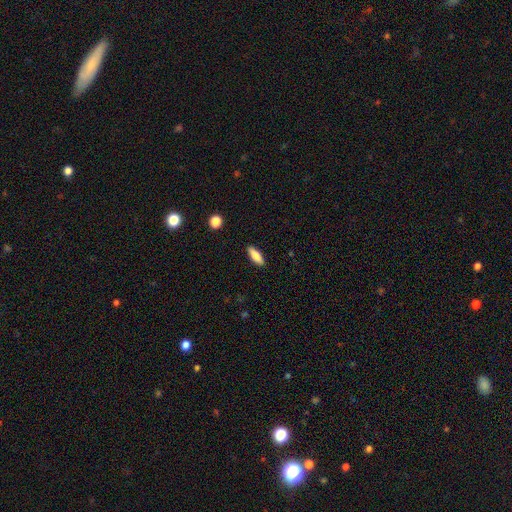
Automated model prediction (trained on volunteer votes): Smooth or featured?
  - smooth: 79% *
  - featured or disk: 14%
  - star or artifact: 6%
How rounded?
  - in between: 60% *
  - cigar-shaped: 37%
  - round: 2%
Merging?
  - none: 89% *
  - minor disturbance: 8%
  - major disturbance: 2%
  - merger: 1%